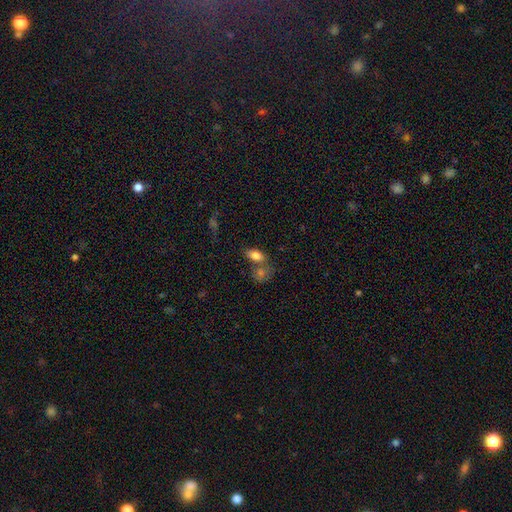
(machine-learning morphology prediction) A smooth galaxy with no disk features (81%) that is in between round and cigar-shaped (88%). Merging: none (48%).